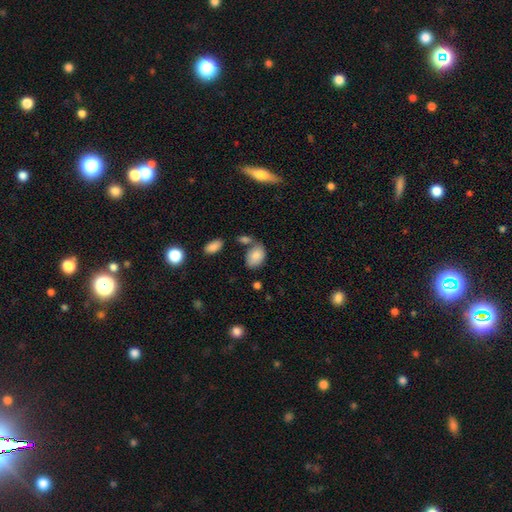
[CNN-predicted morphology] Smooth or featured: smooth — 84% (featured or disk — 9%)
How rounded: in between — 86% (round — 13%)
Merging: none — 55% (minor disturbance — 21%)